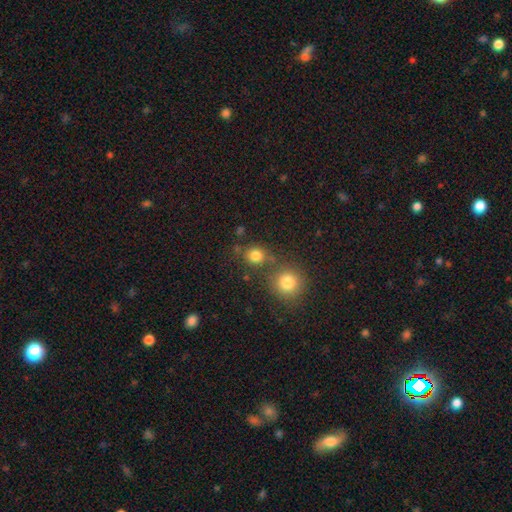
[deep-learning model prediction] smooth_or_featured: smooth (p=0.80) [alt: star or artifact p=0.14]
how_rounded: round (p=0.85) [alt: in between p=0.14]
merging: none (p=0.67) [alt: merger p=0.21]